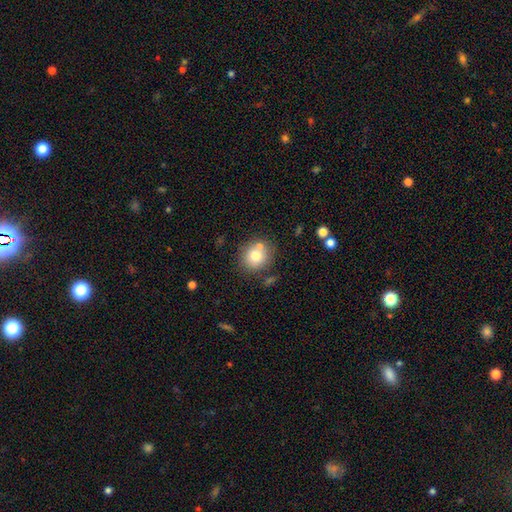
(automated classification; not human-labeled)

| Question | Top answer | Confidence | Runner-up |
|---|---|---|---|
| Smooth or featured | smooth | 76% | featured or disk (14%) |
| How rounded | round | 82% | in between (18%) |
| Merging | none | 67% | merger (17%) |